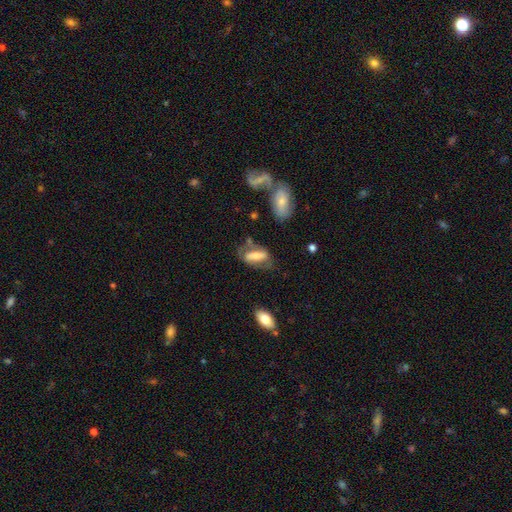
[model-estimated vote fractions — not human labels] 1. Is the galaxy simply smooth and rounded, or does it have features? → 51% smooth, 42% featured or disk, 8% star or artifact.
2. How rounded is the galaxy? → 74% in between, 21% cigar-shaped, 4% round.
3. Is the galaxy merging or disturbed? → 56% none, 23% minor disturbance, 15% major disturbance, 5% merger.